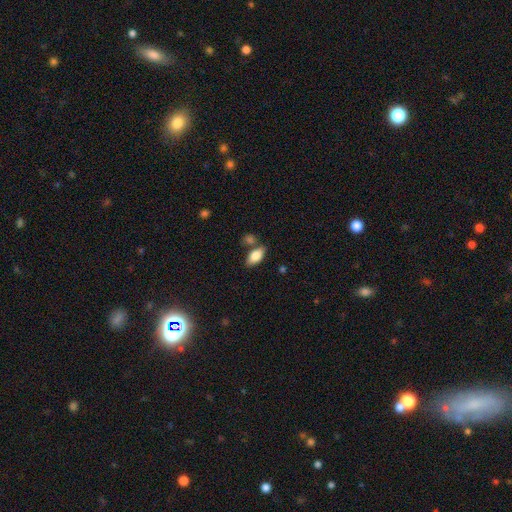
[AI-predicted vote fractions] Smooth or featured? smooth (82%)
How rounded? in between (90%)
Merging? none (70%)